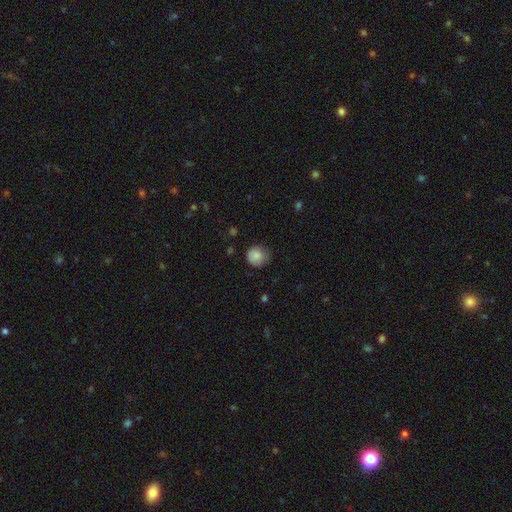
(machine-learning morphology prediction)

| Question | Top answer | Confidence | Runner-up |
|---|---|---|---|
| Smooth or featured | smooth | 84% | star or artifact (8%) |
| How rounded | round | 88% | in between (11%) |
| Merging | none | 67% | minor disturbance (26%) |